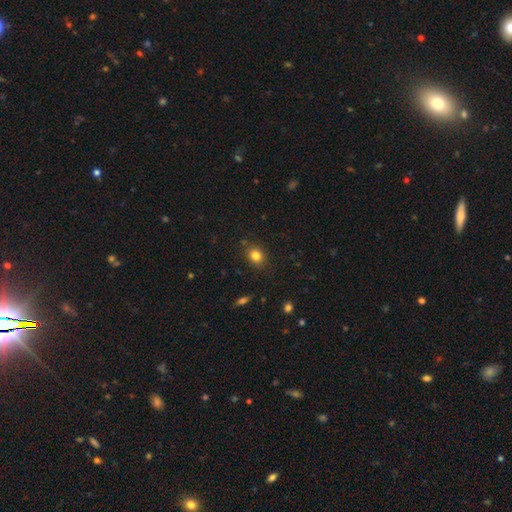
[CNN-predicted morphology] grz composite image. It shows a smooth galaxy with no disk features (82%) that is round (56%). Merging: none (84%).